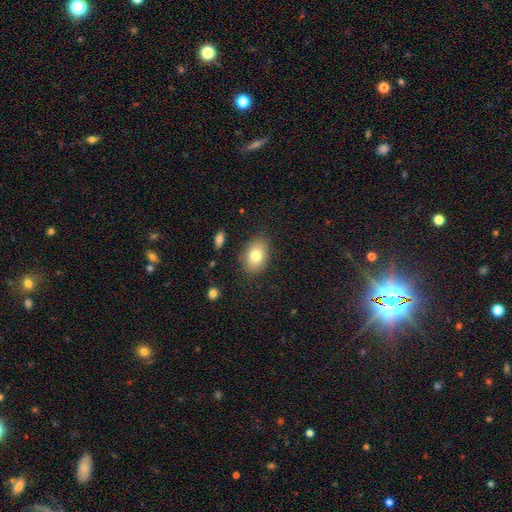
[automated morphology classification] smooth-or-featured: smooth: 78% | featured or disk: 13% | star or artifact: 9%
  how-rounded: in between: 80% | round: 18% | cigar-shaped: 1%
  merging: none: 84% | minor disturbance: 11% | major disturbance: 3% | merger: 2%